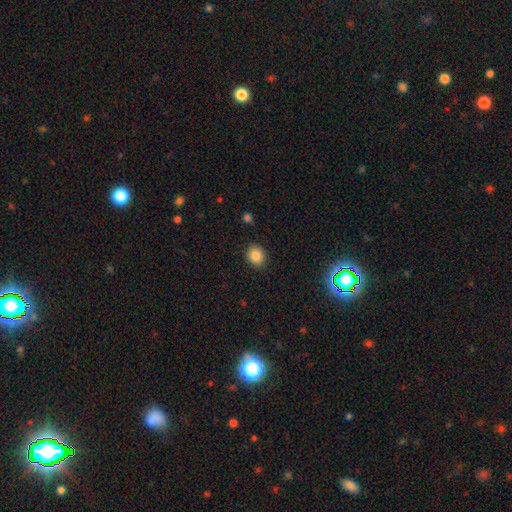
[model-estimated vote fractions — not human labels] This appears to be a smooth galaxy with no disk features (85%) that is round (78%). Merging: none (89%).